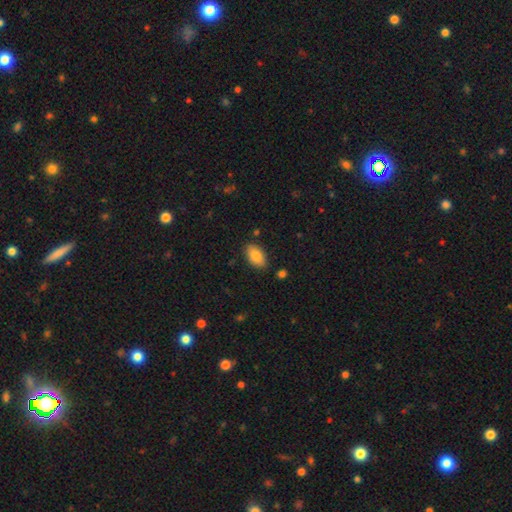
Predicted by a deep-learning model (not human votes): smooth 83%, featured or disk 10%, star or artifact 7%. Down the decision tree: how rounded — in between (93%); merging — none (84%).